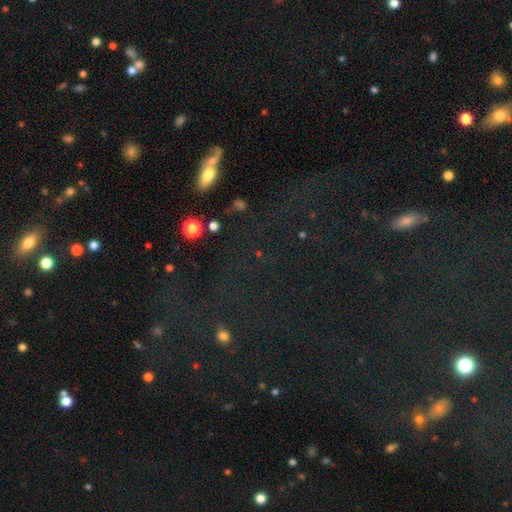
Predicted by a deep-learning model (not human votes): star or artifact 70%, smooth 19%, featured or disk 11%.